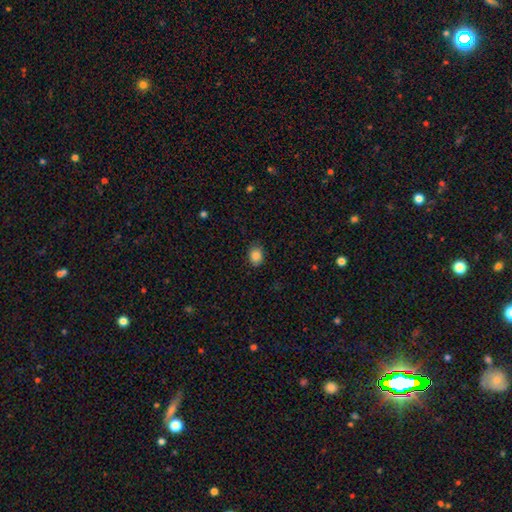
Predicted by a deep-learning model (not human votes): Morphology: type=smooth (86%); roundness=in between (60%); merging=none (86%).